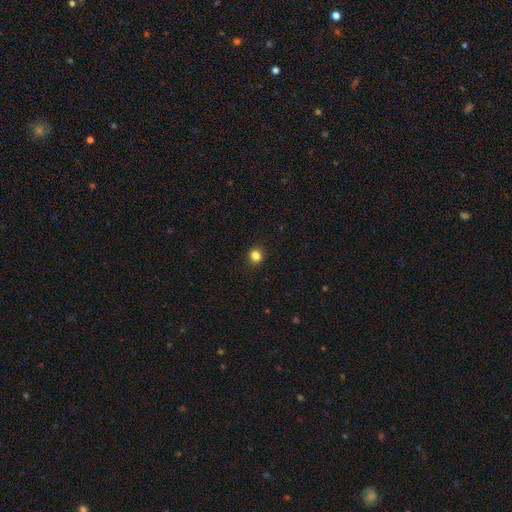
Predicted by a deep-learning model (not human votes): A smooth galaxy with no disk features (83%) that is round (89%).

Vote fractions:
- Smooth or featured? smooth: 83% / star or artifact: 13% / featured or disk: 4%
- How rounded? round: 89% / in between: 10% / cigar-shaped: 1%
- Merging? none: 92% / minor disturbance: 6% / major disturbance: 2% / merger: 1%